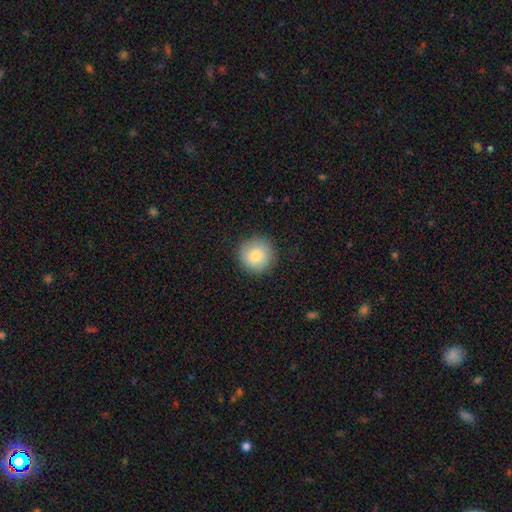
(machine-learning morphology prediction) This appears to be a smooth galaxy with no disk features (82%) that is round (95%). Merging: none (89%).